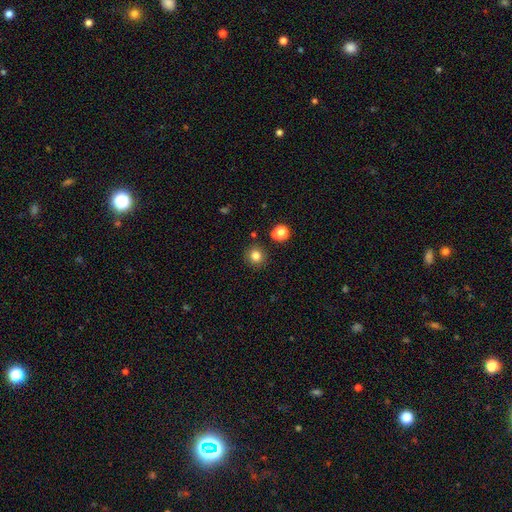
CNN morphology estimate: type=smooth (81%); roundness=round (93%); merging=none (87%).